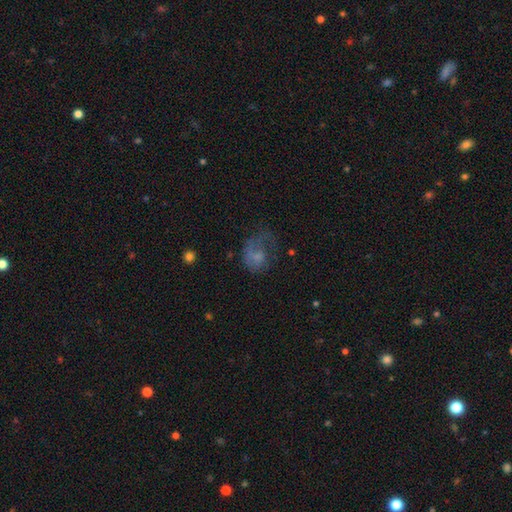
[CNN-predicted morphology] smooth_or_featured: smooth (p=0.47) [alt: featured or disk p=0.41]
merging: major disturbance (p=0.52) [alt: none p=0.26]